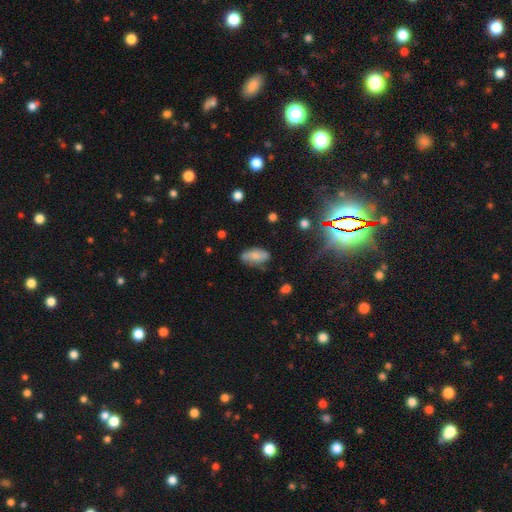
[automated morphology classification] Smooth or featured: smooth — 67% (featured or disk — 24%)
How rounded: in between — 90% (cigar-shaped — 6%)
Merging: none — 66% (minor disturbance — 25%)